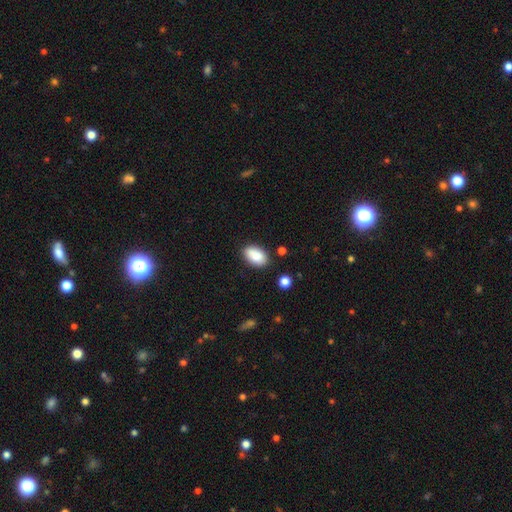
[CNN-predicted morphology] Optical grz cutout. It shows a smooth galaxy with no disk features (84%) that is in between round and cigar-shaped (91%). Merging: none (79%).